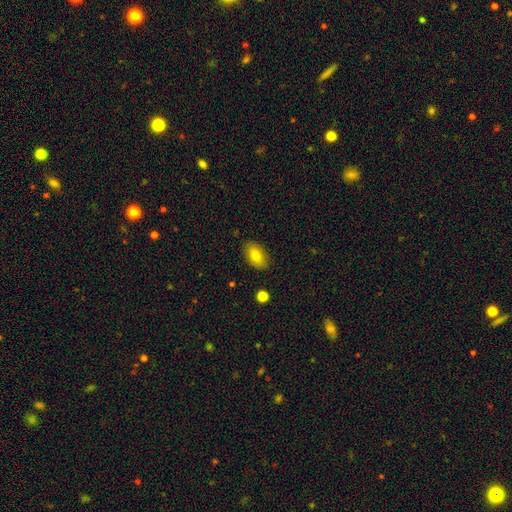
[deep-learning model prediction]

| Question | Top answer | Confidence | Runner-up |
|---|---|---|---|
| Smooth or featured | smooth | 80% | featured or disk (13%) |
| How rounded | in between | 91% | round (7%) |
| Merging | none | 86% | minor disturbance (10%) |